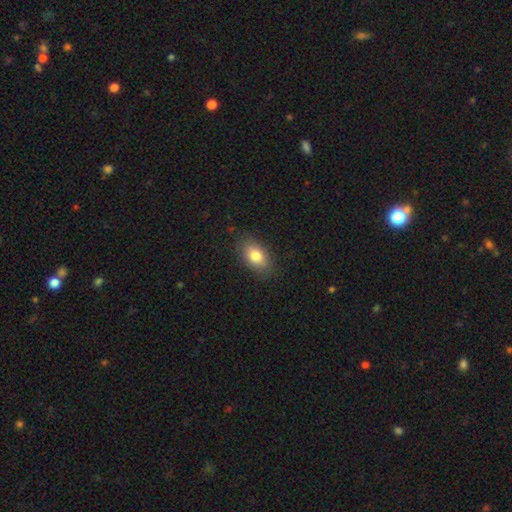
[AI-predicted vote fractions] Smooth or featured? smooth (81%)
How rounded? in between (89%)
Merging? none (84%)